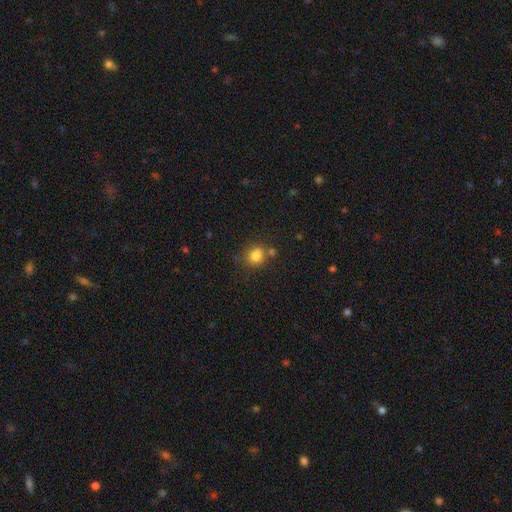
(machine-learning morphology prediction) type=smooth (80%); roundness=round (72%); merging=none (63%).